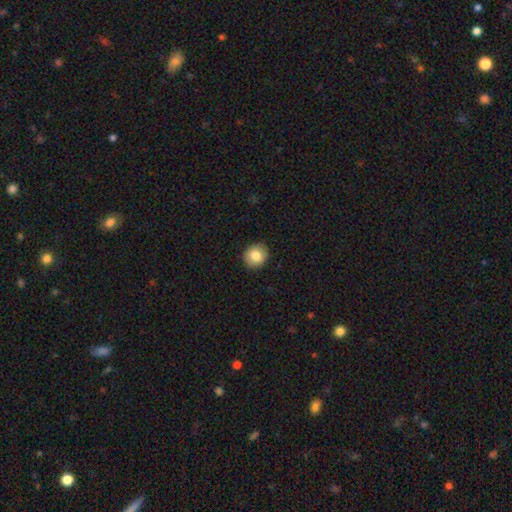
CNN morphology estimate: Smooth or featured? Predicted: smooth (p=0.83). How rounded? Predicted: round (p=0.80). Merging? Predicted: none (p=0.90).